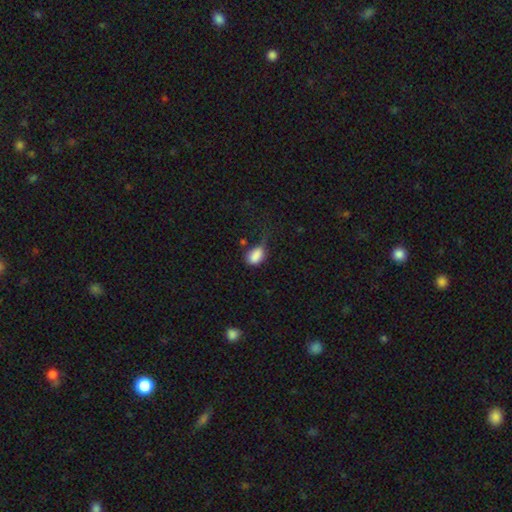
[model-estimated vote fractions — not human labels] smooth_or_featured: smooth (p=0.85) [alt: star or artifact p=0.09]
how_rounded: in between (p=0.81) [alt: round p=0.17]
merging: minor disturbance (p=0.37) [alt: none p=0.35]